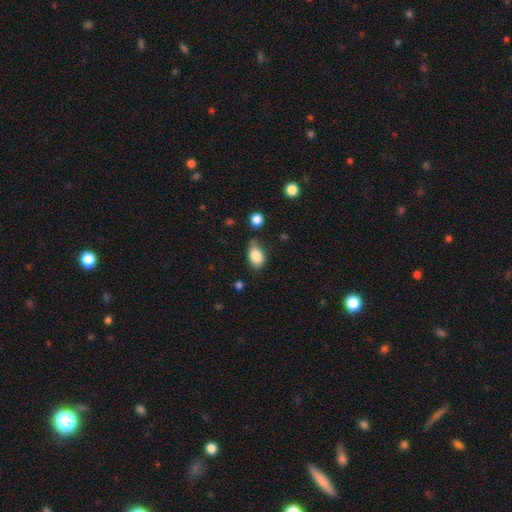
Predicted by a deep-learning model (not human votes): Morphology: type=smooth (84%); roundness=in between (88%); merging=none (58%).